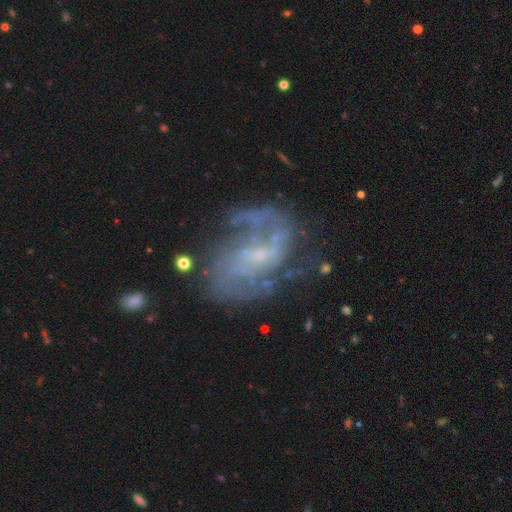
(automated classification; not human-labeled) Overall: featured or disk (81%). Edge-on disk: no (97%). Bar: no (45%; weak 43%). Spiral arms: yes (82%). Spiral arm count: 2 (44%; can't tell 30%). Spiral winding: medium (42%; loose 35%). Bulge size: small (66%). Merging: none (57%; major disturbance 20%).